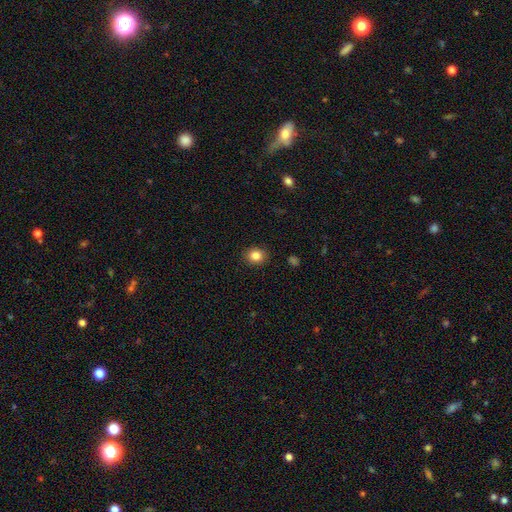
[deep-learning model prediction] A smooth galaxy with no disk features (85%) that is round (72%).

Vote fractions:
- Smooth or featured? smooth: 85% / star or artifact: 10% / featured or disk: 5%
- How rounded? round: 72% / in between: 28% / cigar-shaped: 1%
- Merging? none: 90% / minor disturbance: 7% / major disturbance: 2% / merger: 1%